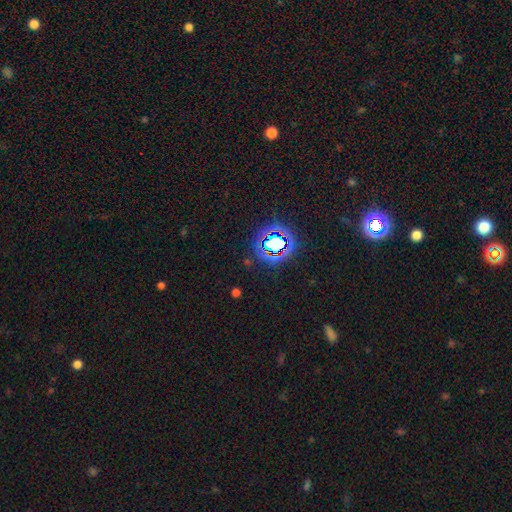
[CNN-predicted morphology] A star or artifact, not a galaxy (81%).

Vote fractions:
- Smooth or featured? star or artifact: 81% / smooth: 12% / featured or disk: 7%